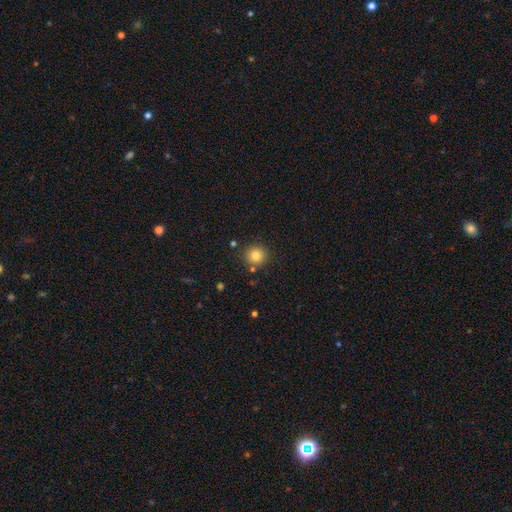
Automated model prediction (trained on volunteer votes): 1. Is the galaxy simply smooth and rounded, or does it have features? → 81% smooth, 12% star or artifact, 7% featured or disk.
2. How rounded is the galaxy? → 93% round, 6% in between, 1% cigar-shaped.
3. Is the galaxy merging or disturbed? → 84% none, 8% minor disturbance, 5% merger, 2% major disturbance.